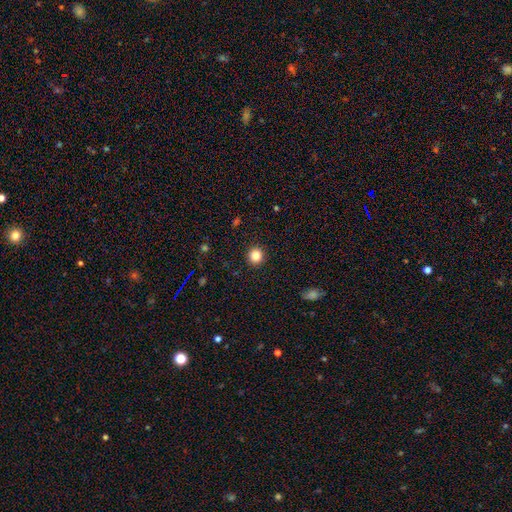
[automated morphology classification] Smooth or featured?
  - smooth: 84% *
  - star or artifact: 11%
  - featured or disk: 5%
How rounded?
  - round: 92% *
  - in between: 7%
  - cigar-shaped: 1%
Merging?
  - none: 93% *
  - minor disturbance: 5%
  - major disturbance: 2%
  - merger: 1%